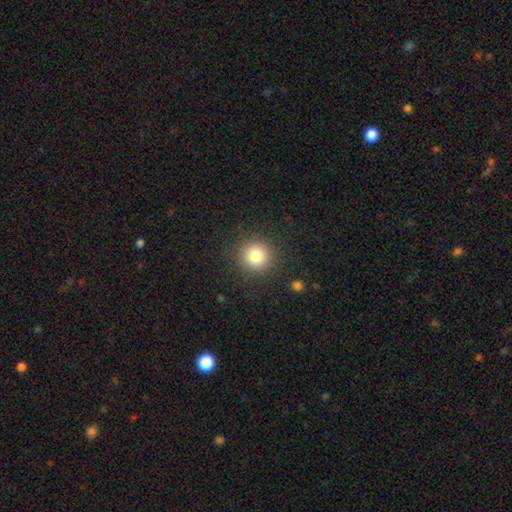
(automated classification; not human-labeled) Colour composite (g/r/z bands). It shows a smooth galaxy with no disk features (81%) that is round (94%). Merging: none (90%).